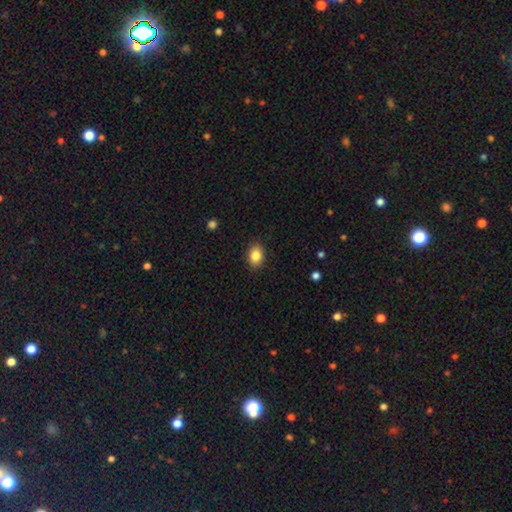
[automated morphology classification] This is clearly a smooth galaxy (85%). How rounded: likely in between (70%). Merging: clearly none (88%).